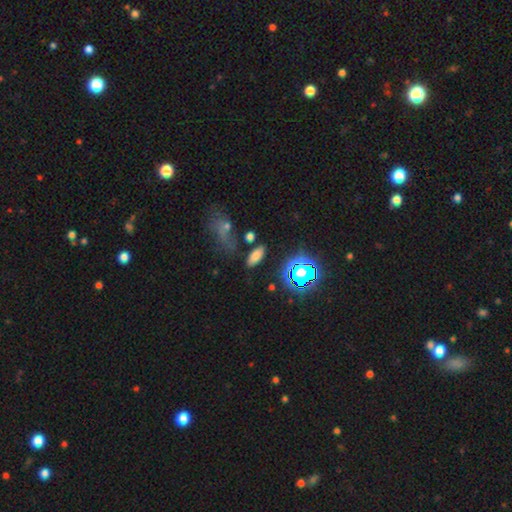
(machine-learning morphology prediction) Overall: smooth (70%). How rounded: in between (81%). Merging: none (80%).